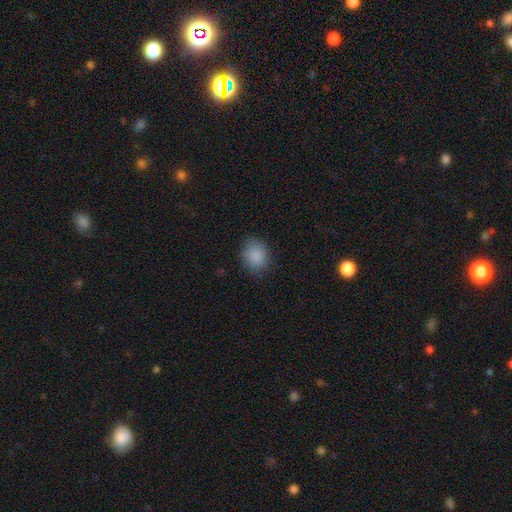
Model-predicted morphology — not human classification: A smooth galaxy with no disk features (88%) that is round (63%).

Vote fractions:
- Smooth or featured? smooth: 88% / star or artifact: 8% / featured or disk: 4%
- How rounded? round: 63% / in between: 36% / cigar-shaped: 1%
- Merging? none: 83% / minor disturbance: 13% / major disturbance: 3% / merger: 1%